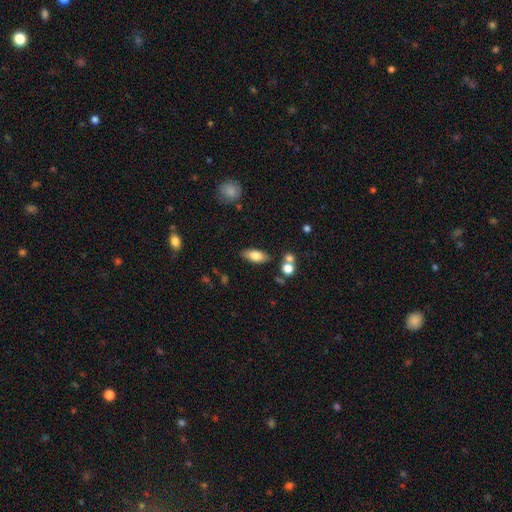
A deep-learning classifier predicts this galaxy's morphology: smooth_or_featured: smooth (p=0.76) [alt: featured or disk p=0.16]
how_rounded: in between (p=0.85) [alt: cigar-shaped p=0.12]
merging: none (p=0.79) [alt: minor disturbance p=0.12]